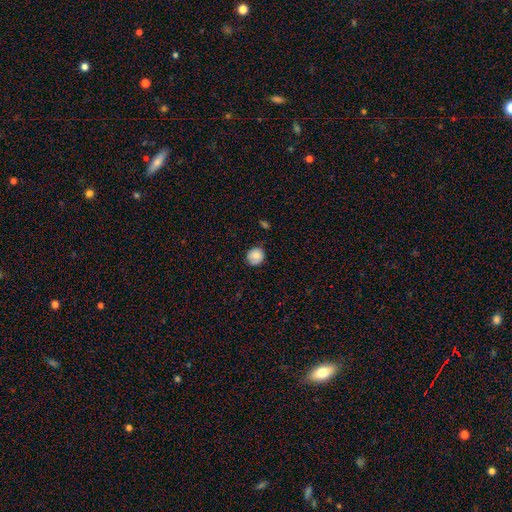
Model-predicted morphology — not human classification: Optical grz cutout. It shows a smooth galaxy with no disk features (83%) that is round (88%). Merging: none (78%).